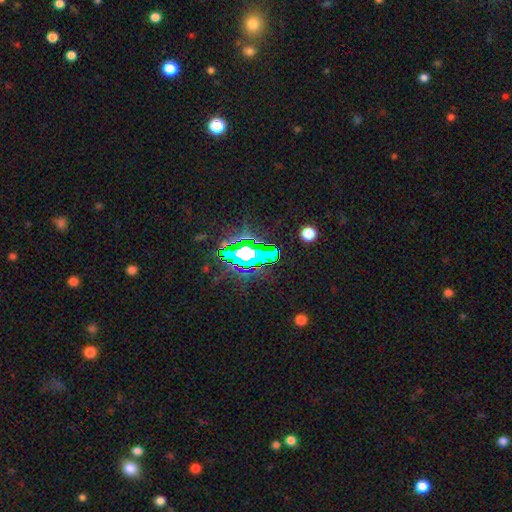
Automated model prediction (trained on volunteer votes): This appears to be a star or artifact, not a galaxy (76%).